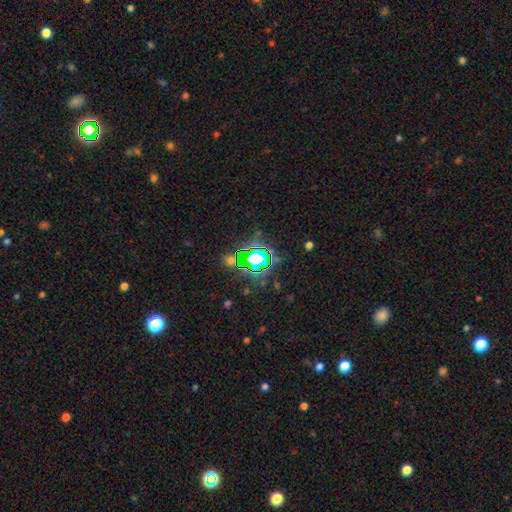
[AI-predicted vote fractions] This is likely a star or artifact rather than a galaxy (72%).